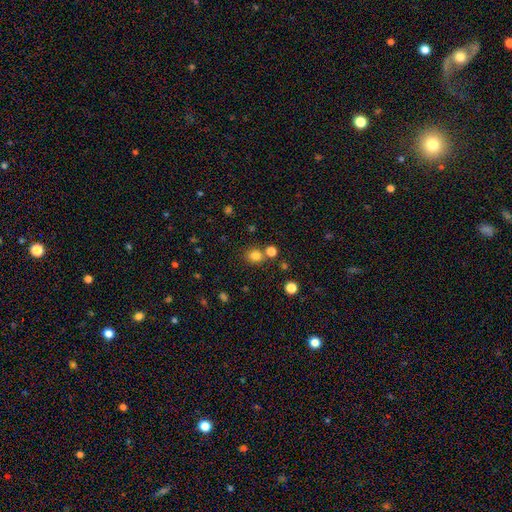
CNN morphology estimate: smooth_or_featured: smooth (p=0.78) [alt: star or artifact p=0.16]
how_rounded: round (p=0.78) [alt: in between p=0.21]
merging: none (p=0.71) [alt: merger p=0.16]